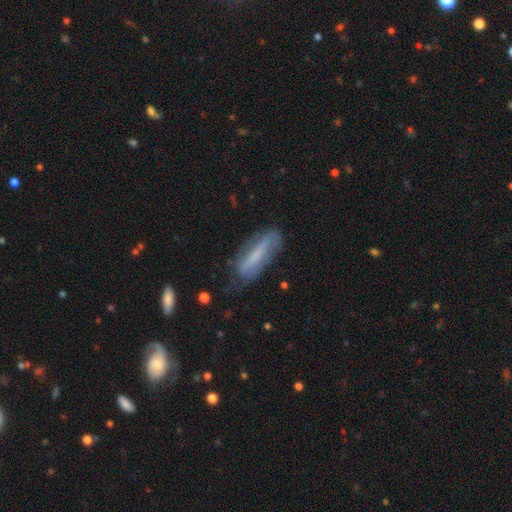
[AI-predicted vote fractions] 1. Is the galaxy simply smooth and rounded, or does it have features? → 52% smooth, 40% featured or disk, 9% star or artifact.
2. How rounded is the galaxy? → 63% cigar-shaped, 35% in between, 2% round.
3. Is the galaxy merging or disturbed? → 63% none, 26% minor disturbance, 10% major disturbance, 2% merger.